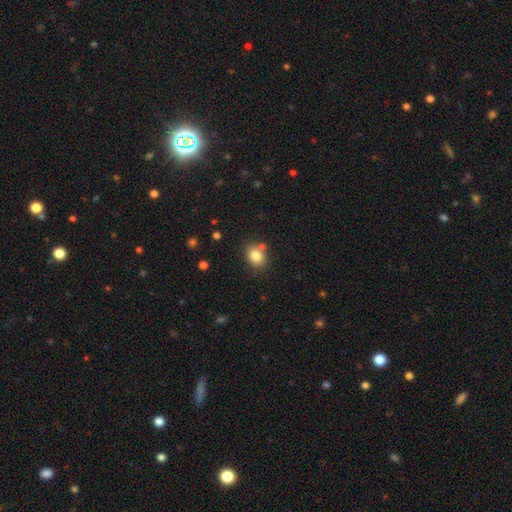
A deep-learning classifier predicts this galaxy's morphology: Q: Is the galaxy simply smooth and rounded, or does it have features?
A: smooth — 82%.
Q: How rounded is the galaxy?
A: in between — 59%.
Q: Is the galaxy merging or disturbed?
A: none — 72%.